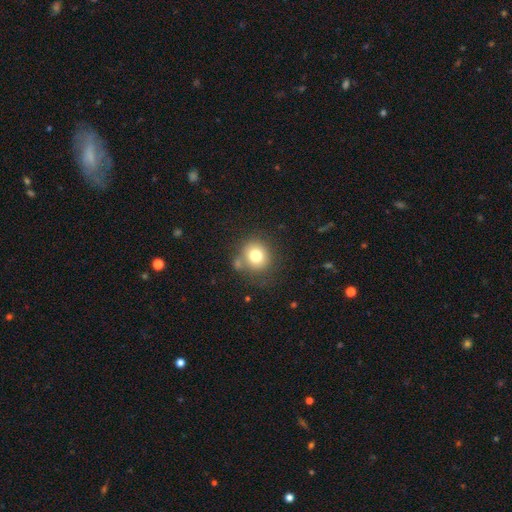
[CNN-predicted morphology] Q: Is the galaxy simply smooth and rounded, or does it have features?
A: smooth — 76%.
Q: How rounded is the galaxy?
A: round — 85%.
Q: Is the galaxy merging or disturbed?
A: none — 69%.